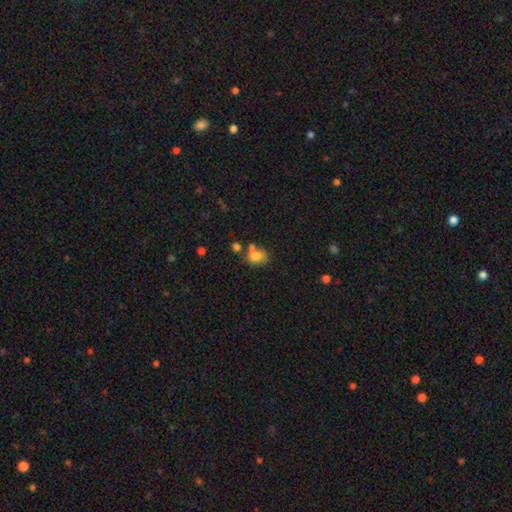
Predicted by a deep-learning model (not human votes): Smooth or featured: smooth — 71% (featured or disk — 17%)
How rounded: in between — 63% (round — 35%)
Merging: none — 38% (merger — 27%)